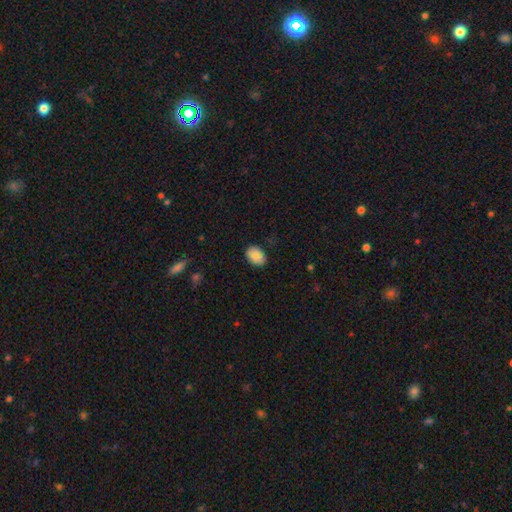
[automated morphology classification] Smooth or featured?
  - smooth: 88% *
  - star or artifact: 7%
  - featured or disk: 6%
How rounded?
  - in between: 78% *
  - round: 21%
  - cigar-shaped: 1%
Merging?
  - none: 86% *
  - minor disturbance: 11%
  - major disturbance: 2%
  - merger: 1%